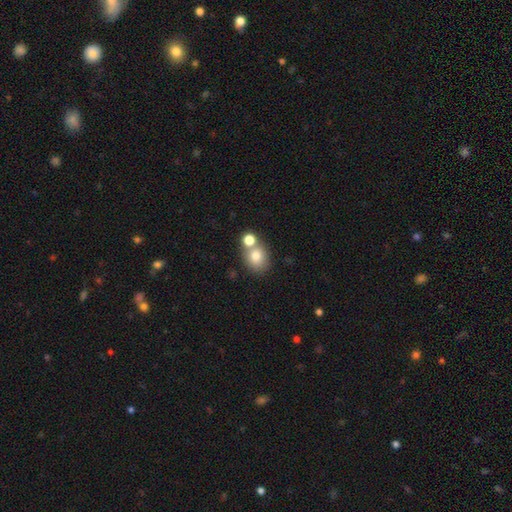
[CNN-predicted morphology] Overall: smooth (76%). How rounded: round (64%; in between 35%). Merging: none (53%; merger 34%).